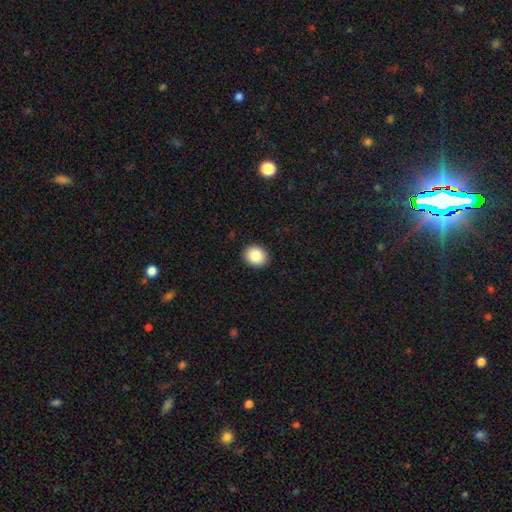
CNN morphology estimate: smooth-or-featured: smooth: 86% | star or artifact: 9% | featured or disk: 6%
  how-rounded: round: 67% | in between: 33% | cigar-shaped: 1%
  merging: none: 92% | minor disturbance: 6% | major disturbance: 2% | merger: 1%